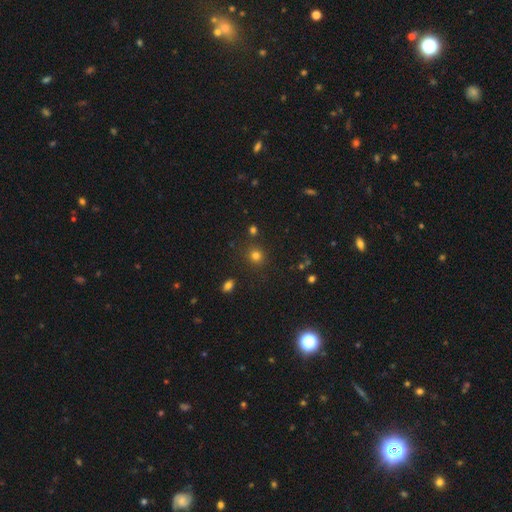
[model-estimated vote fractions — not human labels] Overall: smooth (77%). How rounded: round (86%). Merging: none (84%).